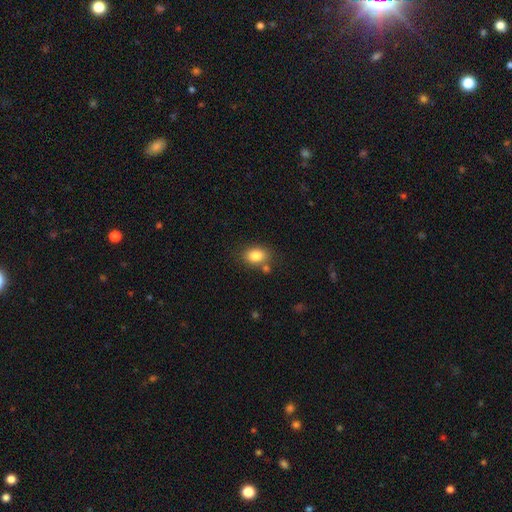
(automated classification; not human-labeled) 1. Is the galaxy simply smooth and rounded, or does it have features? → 84% smooth, 9% star or artifact, 7% featured or disk.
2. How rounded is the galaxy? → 74% in between, 25% round, 1% cigar-shaped.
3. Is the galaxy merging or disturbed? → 73% none, 13% minor disturbance, 11% merger, 4% major disturbance.